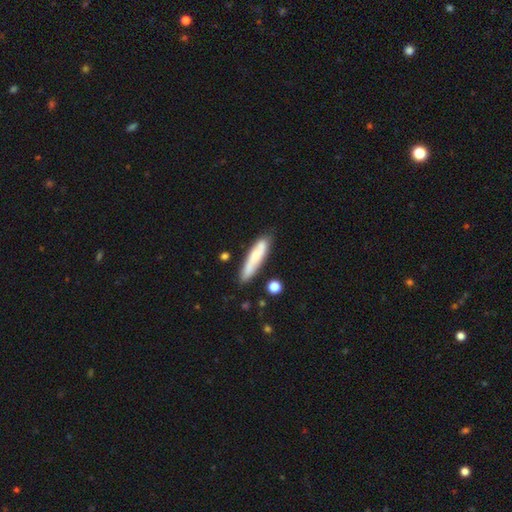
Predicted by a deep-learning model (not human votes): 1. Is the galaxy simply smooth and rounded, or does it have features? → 62% smooth, 31% featured or disk, 7% star or artifact.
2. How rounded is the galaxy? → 82% cigar-shaped, 16% in between, 2% round.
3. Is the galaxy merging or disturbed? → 75% none, 17% minor disturbance, 5% merger, 3% major disturbance.